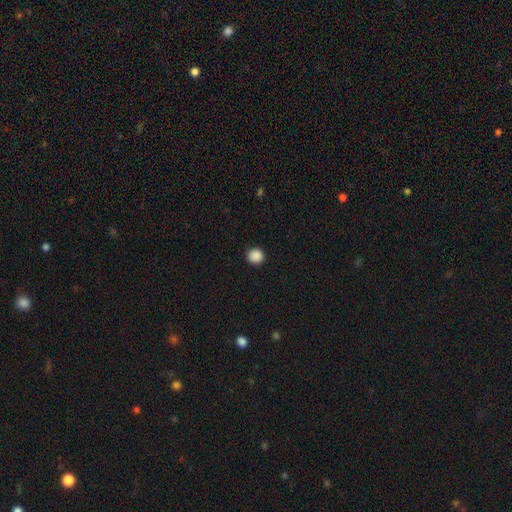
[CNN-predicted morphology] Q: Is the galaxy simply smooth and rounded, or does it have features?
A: smooth — 88%.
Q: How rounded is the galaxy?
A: round — 94%.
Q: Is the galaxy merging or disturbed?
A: none — 93%.